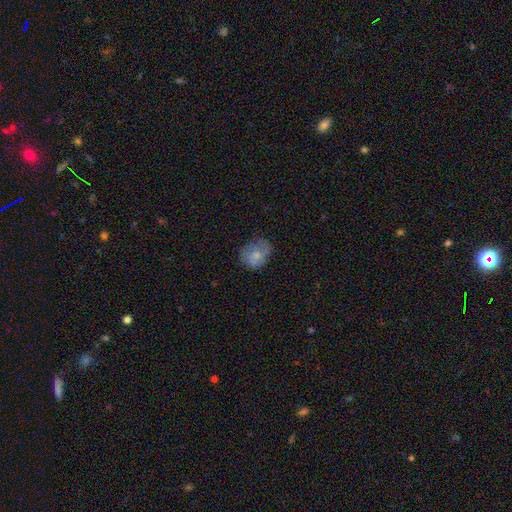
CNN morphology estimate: type=smooth (65%); roundness=round (54%); merging=none (59%).